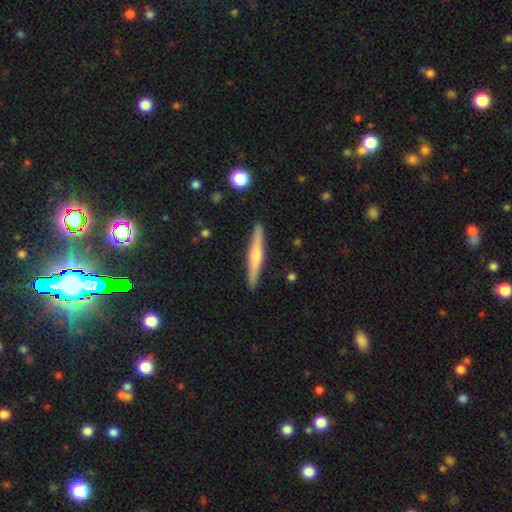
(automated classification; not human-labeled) Smooth or featured: featured or disk — 55% (smooth — 39%)
Edge-on disk: yes — 97% (no — 3%)
Edge-on bulge: rounded — 71% (none — 17%)
Merging: none — 91% (minor disturbance — 6%)